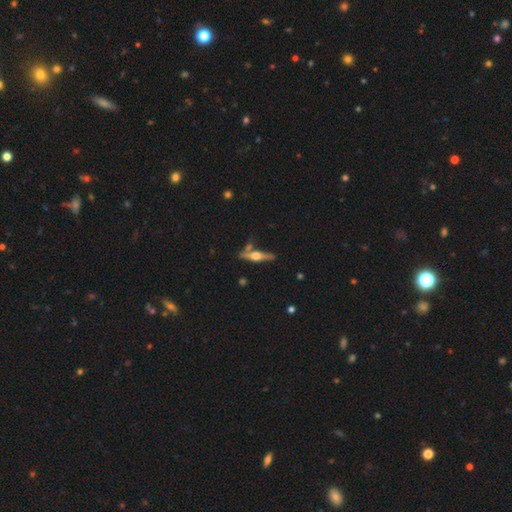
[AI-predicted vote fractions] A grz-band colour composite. It shows a featured or disk galaxy (74%) viewed edge-on (97%) with a rounded central bulge (94%). Merging: none (76%).